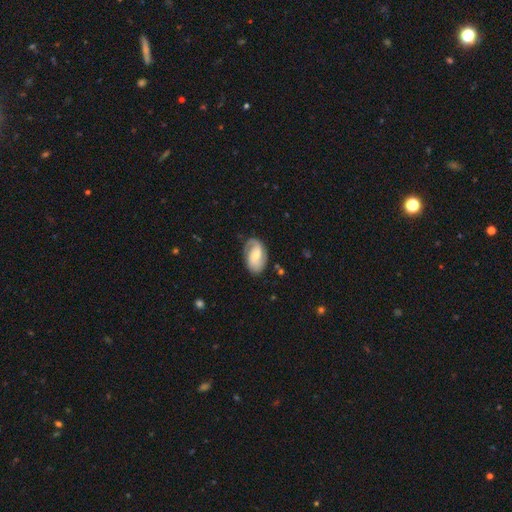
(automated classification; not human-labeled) Overall: featured or disk (70%). Edge-on disk: no (96%). Bar: weak (48%; no 37%). Spiral arms: yes (92%). Spiral arm count: 2 (67%). Spiral winding: medium (44%; tight 32%). Bulge size: small (45%; moderate 43%). Merging: none (69%).